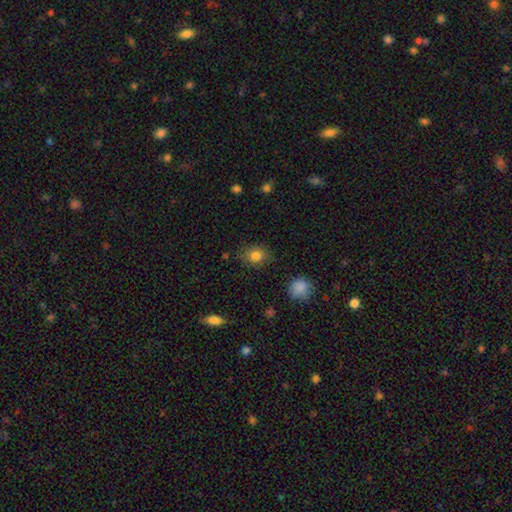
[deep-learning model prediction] The model was most divided on "how rounded": round: 62%, in between: 37%, cigar-shaped: 1%. More confident: merging — none (83%); smooth or featured — smooth (83%).